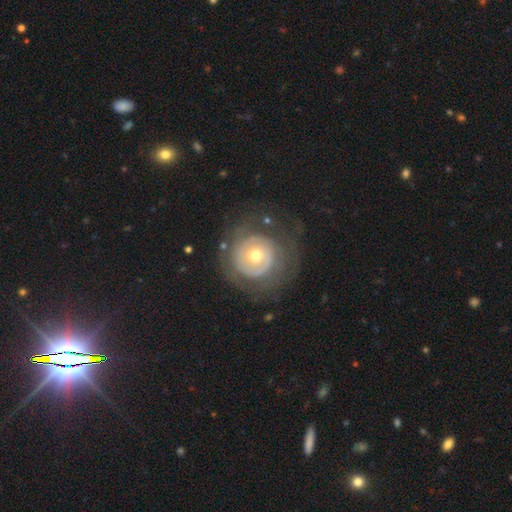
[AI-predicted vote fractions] Smooth or featured? Predicted: featured or disk (p=0.66). Edge-on disk? Predicted: no (p=0.97). Bar? Predicted: no (p=0.81). Spiral arms? Predicted: yes (p=0.58). Bulge size? Predicted: moderate (p=0.58). Merging? Predicted: none (p=0.66).